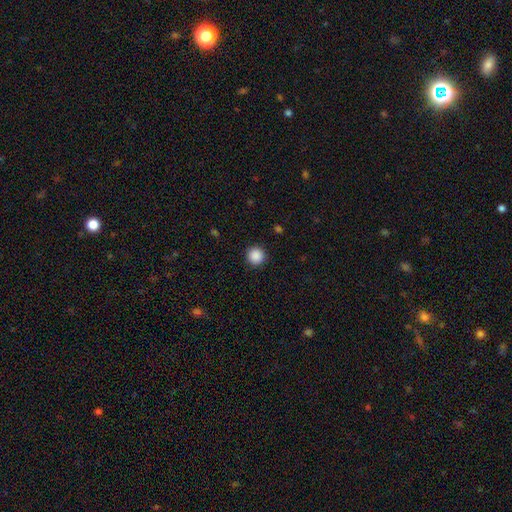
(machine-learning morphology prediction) Smooth or featured? Predicted: smooth (p=0.88). How rounded? Predicted: round (p=0.96). Merging? Predicted: none (p=0.92).